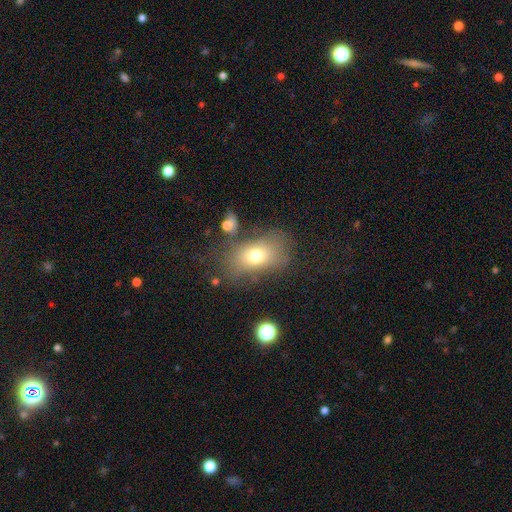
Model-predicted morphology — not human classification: Smooth or featured? Predicted: smooth (p=0.69). How rounded? Predicted: in between (p=0.82). Merging? Predicted: none (p=0.58).